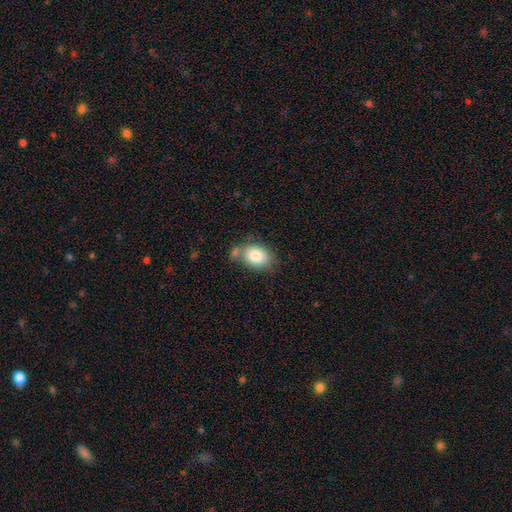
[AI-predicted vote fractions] This is clearly a smooth galaxy (83%). How rounded: likely in between (79%). Merging: possibly none (58%).